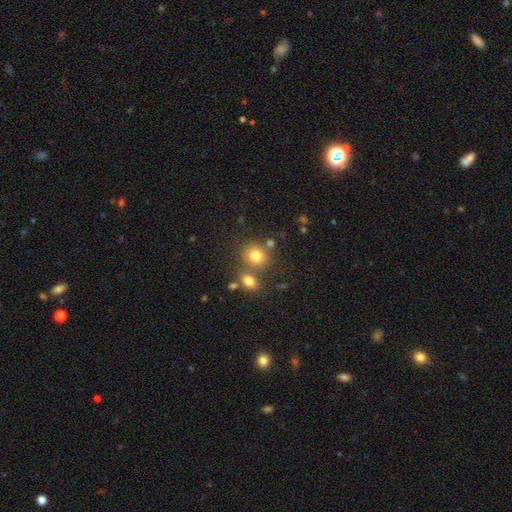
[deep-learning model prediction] A smooth galaxy with no disk features (77%) that is round (79%).

Vote fractions:
- Smooth or featured? smooth: 77% / star or artifact: 13% / featured or disk: 10%
- How rounded? round: 79% / in between: 20% / cigar-shaped: 1%
- Merging? none: 63% / merger: 23% / minor disturbance: 10% / major disturbance: 4%